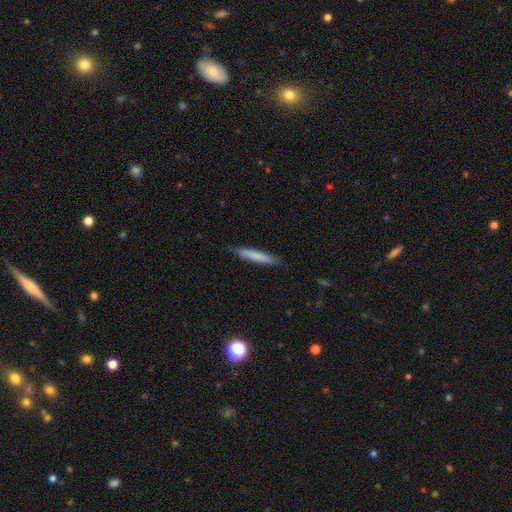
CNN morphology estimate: Smooth or featured?
  - smooth: 76% *
  - featured or disk: 18%
  - star or artifact: 6%
How rounded?
  - cigar-shaped: 94% *
  - in between: 5%
  - round: 1%
Merging?
  - none: 85% *
  - minor disturbance: 11%
  - major disturbance: 2%
  - merger: 1%